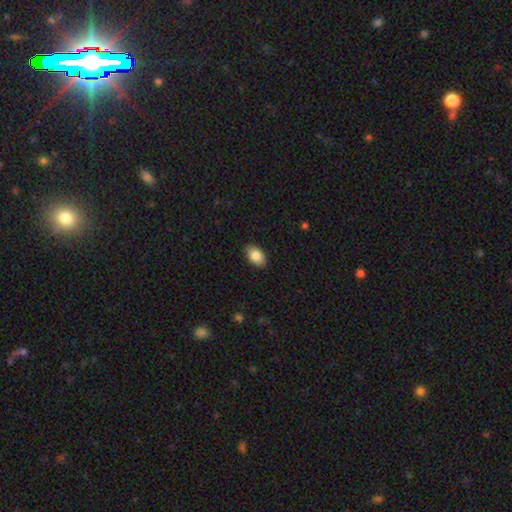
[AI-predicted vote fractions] A smooth galaxy with no disk features (85%) that is in between round and cigar-shaped (91%).

Vote fractions:
- Smooth or featured? smooth: 85% / featured or disk: 8% / star or artifact: 7%
- How rounded? in between: 91% / round: 8% / cigar-shaped: 1%
- Merging? none: 87% / minor disturbance: 10% / major disturbance: 2% / merger: 1%